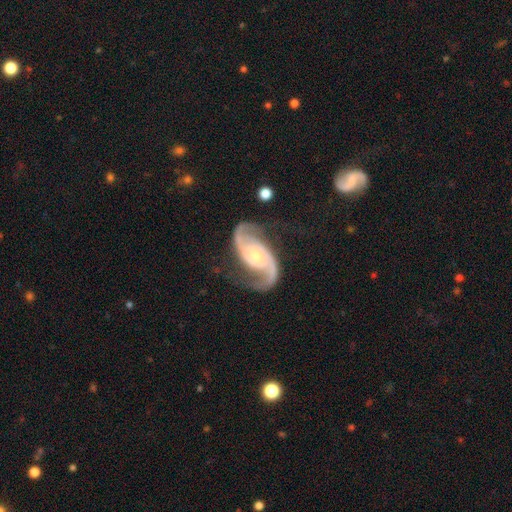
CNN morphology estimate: Q: Smooth or featured?
A: featured or disk (93%); runner-up: star or artifact (4%)
Q: Edge-on disk?
A: no (98%); runner-up: yes (2%)
Q: Bar?
A: no (57%); runner-up: weak (30%)
Q: Spiral arms?
A: yes (98%); runner-up: no (2%)
Q: Spiral winding?
A: medium (54%); runner-up: loose (30%)
Q: Spiral arm count?
A: 2 (94%); runner-up: can't tell (1%)
Q: Bulge size?
A: small (57%); runner-up: moderate (31%)
Q: Merging?
A: none (74%); runner-up: minor disturbance (15%)